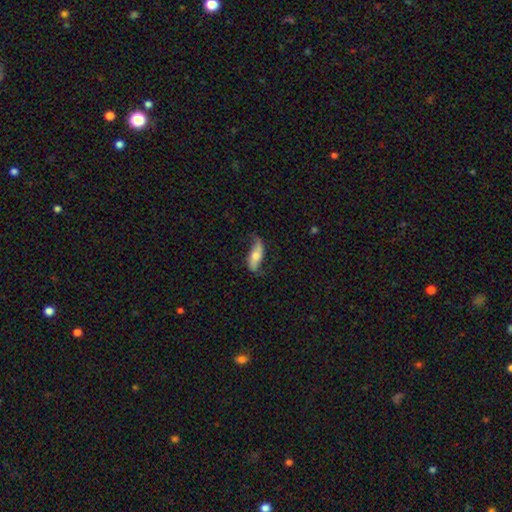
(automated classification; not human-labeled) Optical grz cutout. It shows a featured or disk galaxy (52%). Merging: none (63%).